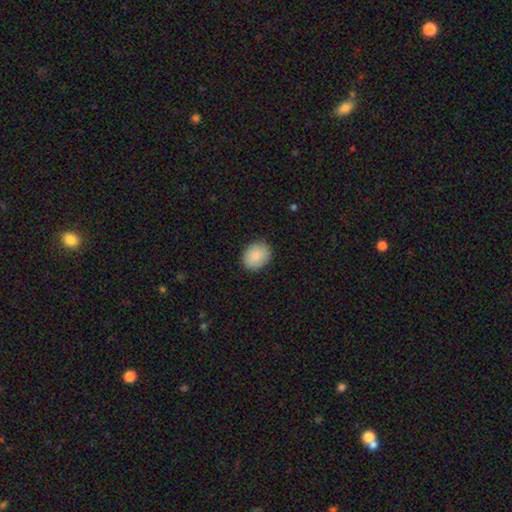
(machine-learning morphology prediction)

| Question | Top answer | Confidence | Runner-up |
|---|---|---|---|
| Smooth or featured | smooth | 86% | star or artifact (7%) |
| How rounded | in between | 53% | round (46%) |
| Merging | none | 85% | minor disturbance (11%) |